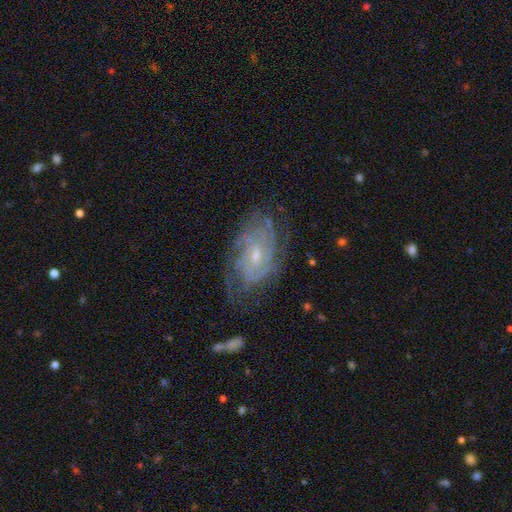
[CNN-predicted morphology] Smooth or featured: featured or disk — 83% (smooth — 10%)
Edge-on disk: no — 96% (yes — 4%)
Bar: no — 49% (weak — 43%)
Spiral arms: yes — 94% (no — 6%)
Spiral winding: tight — 64% (medium — 29%)
Spiral arm count: can't tell — 41% (2 — 18%)
Bulge size: small — 69% (moderate — 27%)
Merging: none — 68% (minor disturbance — 20%)